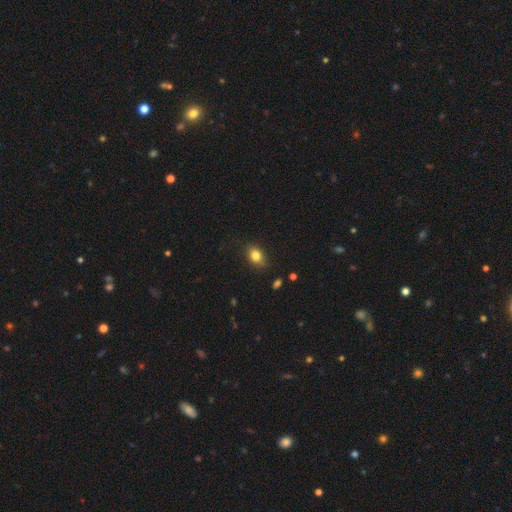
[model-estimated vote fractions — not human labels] A smooth galaxy with no disk features (82%) that is in between round and cigar-shaped (72%).

Vote fractions:
- Smooth or featured? smooth: 82% / star or artifact: 10% / featured or disk: 9%
- How rounded? in between: 72% / round: 26% / cigar-shaped: 2%
- Merging? none: 82% / minor disturbance: 14% / major disturbance: 3% / merger: 1%